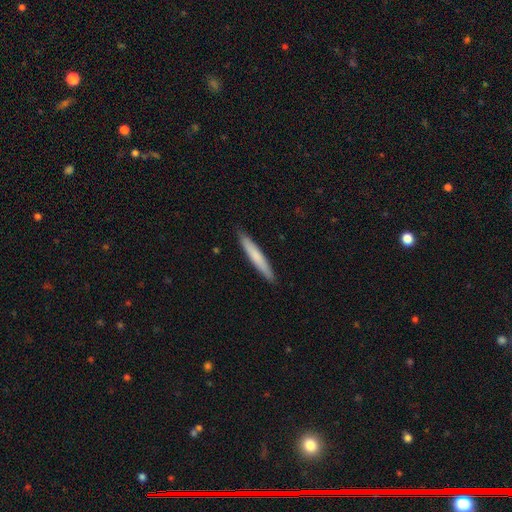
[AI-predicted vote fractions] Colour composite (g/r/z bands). It shows a smooth galaxy with no disk features (73%) that is cigar-shaped (95%). Merging: none (91%).